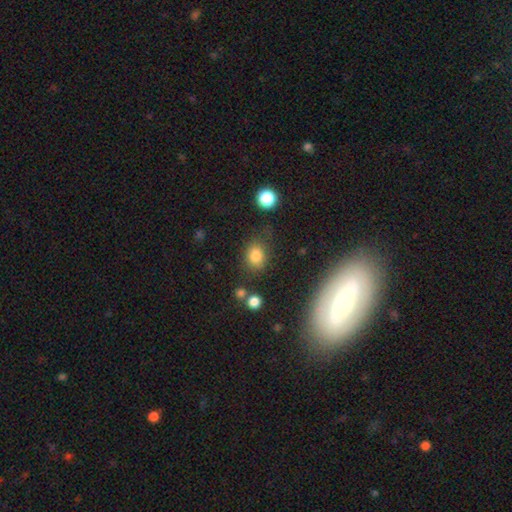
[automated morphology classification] type=smooth (80%); roundness=round (51%); merging=none (71%).